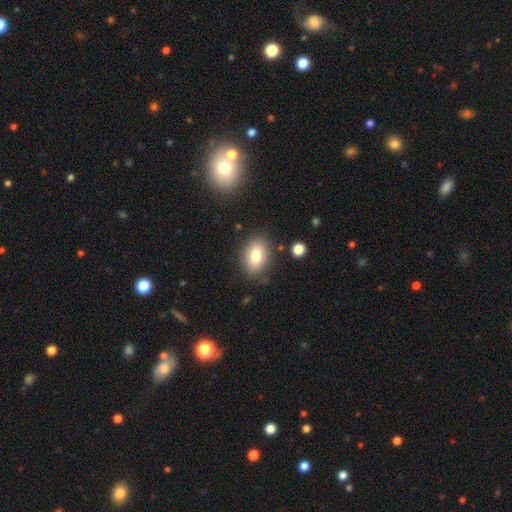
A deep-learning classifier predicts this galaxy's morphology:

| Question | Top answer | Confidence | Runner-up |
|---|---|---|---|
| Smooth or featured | smooth | 79% | featured or disk (13%) |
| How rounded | in between | 82% | round (17%) |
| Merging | none | 82% | minor disturbance (12%) |